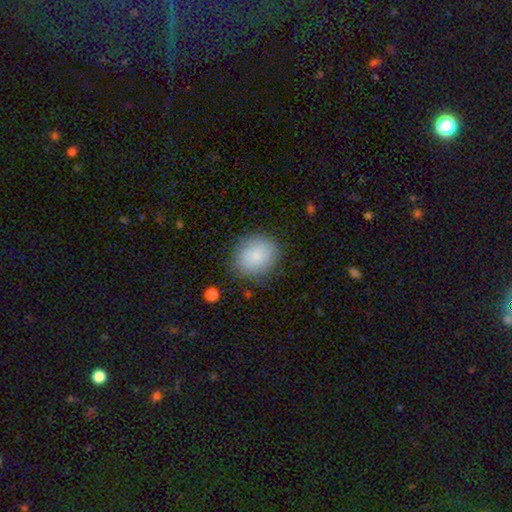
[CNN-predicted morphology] smooth-or-featured: smooth: 85% | star or artifact: 7% | featured or disk: 7%
  how-rounded: round: 69% | in between: 30% | cigar-shaped: 1%
  merging: none: 83% | minor disturbance: 12% | major disturbance: 4% | merger: 1%